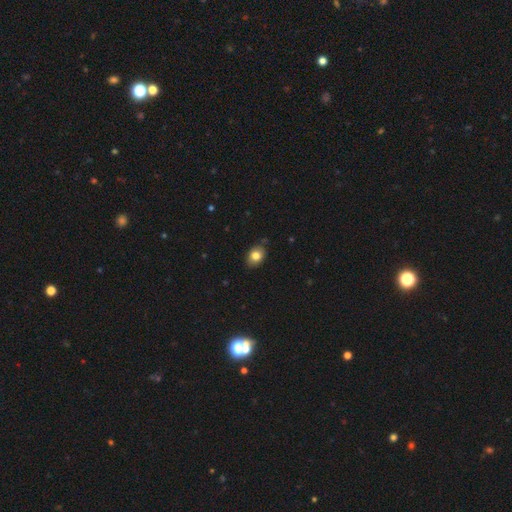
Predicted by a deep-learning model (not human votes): This is clearly a smooth galaxy (82%). How rounded: likely in between (70%). Merging: clearly none (82%).